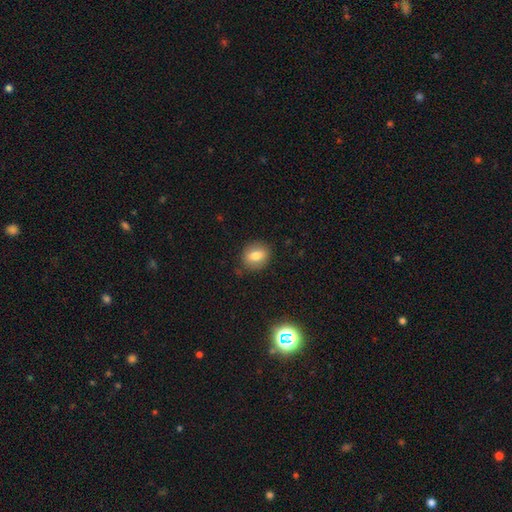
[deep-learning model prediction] This is likely a smooth galaxy (76%). How rounded: possibly round (57%). Merging: clearly none (86%).